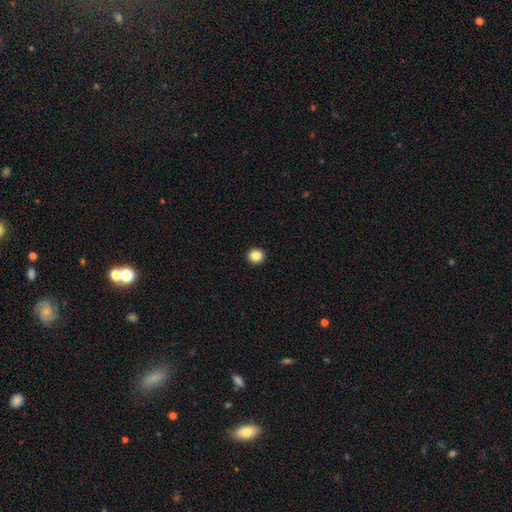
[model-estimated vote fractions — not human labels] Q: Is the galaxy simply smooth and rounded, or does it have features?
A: smooth — 86%.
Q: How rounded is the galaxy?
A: round — 90%.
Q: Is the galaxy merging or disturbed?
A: none — 94%.